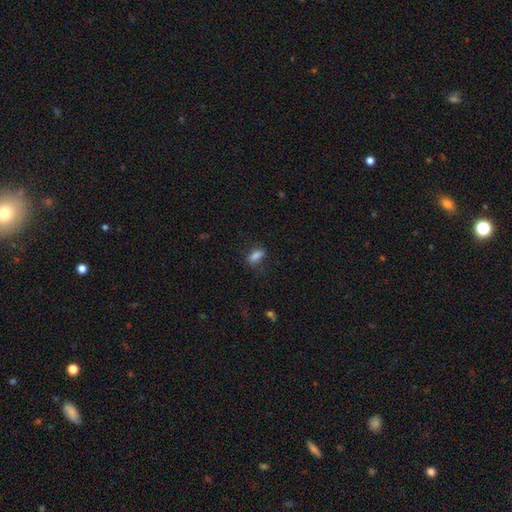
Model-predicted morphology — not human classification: Overall: smooth (83%). How rounded: in between (74%). Merging: none (76%).